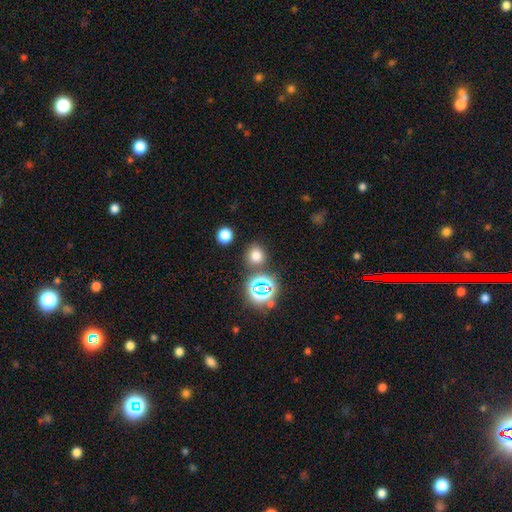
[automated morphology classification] A smooth galaxy with no disk features (69%) that is round (81%).

Vote fractions:
- Smooth or featured? smooth: 69% / star or artifact: 25% / featured or disk: 7%
- How rounded? round: 81% / in between: 18% / cigar-shaped: 1%
- Merging? none: 81% / minor disturbance: 8% / merger: 8% / major disturbance: 3%